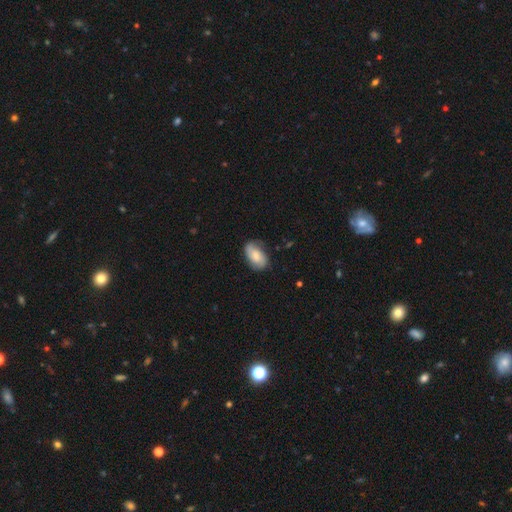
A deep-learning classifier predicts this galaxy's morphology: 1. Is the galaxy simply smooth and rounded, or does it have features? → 63% smooth, 30% featured or disk, 7% star or artifact.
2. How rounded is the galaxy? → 92% in between, 6% round, 2% cigar-shaped.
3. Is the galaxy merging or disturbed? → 68% none, 24% minor disturbance, 6% major disturbance, 1% merger.